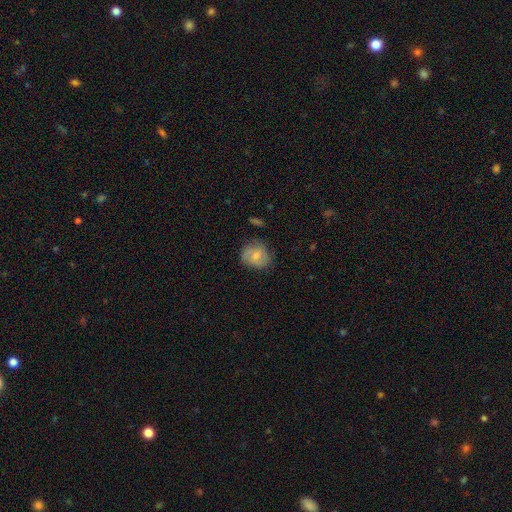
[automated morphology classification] smooth 59%, featured or disk 34%, star or artifact 7%. Down the decision tree: how rounded — round (71%); merging — none (66%).